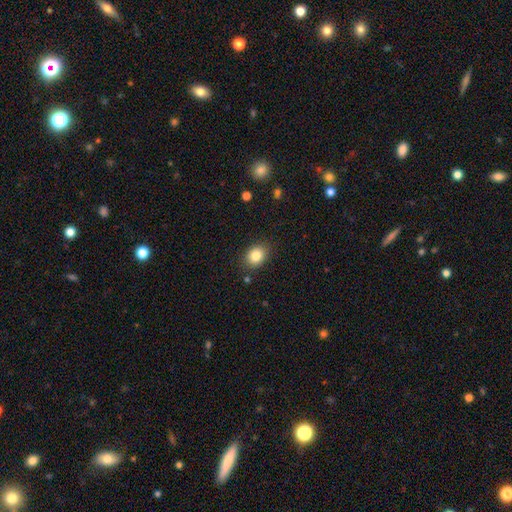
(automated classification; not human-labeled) smooth_or_featured: smooth (p=0.84) [alt: star or artifact p=0.09]
how_rounded: in between (p=0.59) [alt: round p=0.40]
merging: none (p=0.86) [alt: minor disturbance p=0.10]